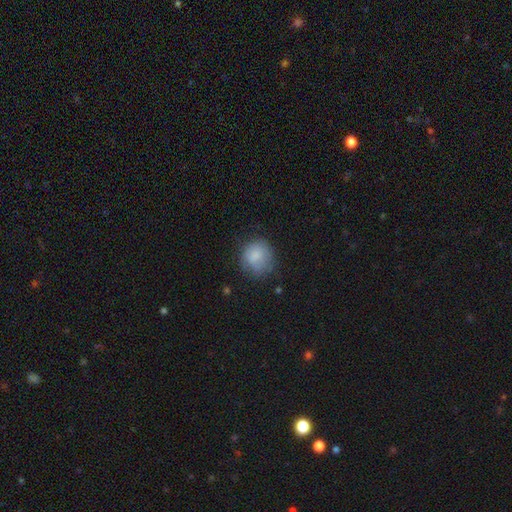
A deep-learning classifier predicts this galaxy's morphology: type=smooth (80%); roundness=round (80%); merging=none (64%).